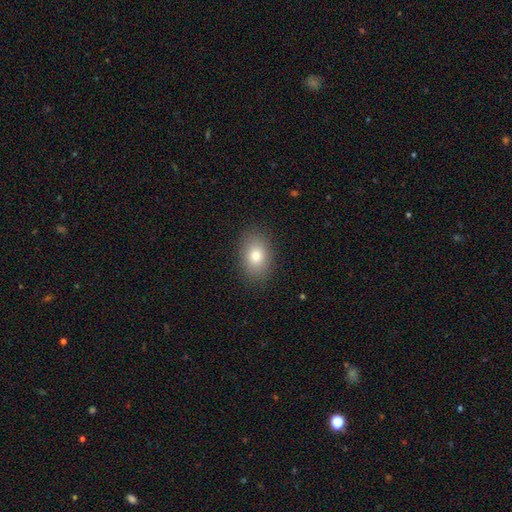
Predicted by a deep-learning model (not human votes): Smooth or featured? smooth (79%)
How rounded? in between (80%)
Merging? none (88%)